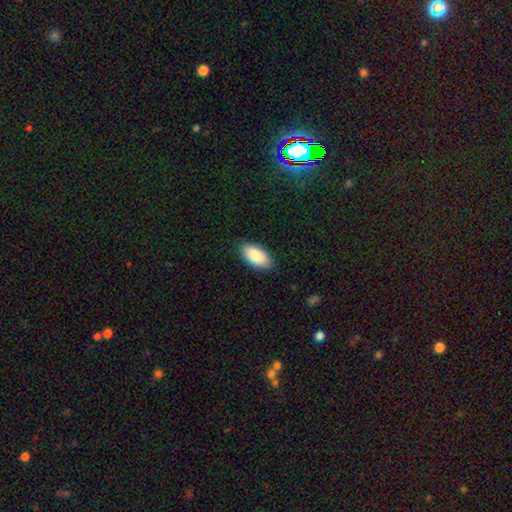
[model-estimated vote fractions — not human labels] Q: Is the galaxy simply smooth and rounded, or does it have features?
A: smooth — 89%.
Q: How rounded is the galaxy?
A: in between — 95%.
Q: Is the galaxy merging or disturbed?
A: none — 87%.